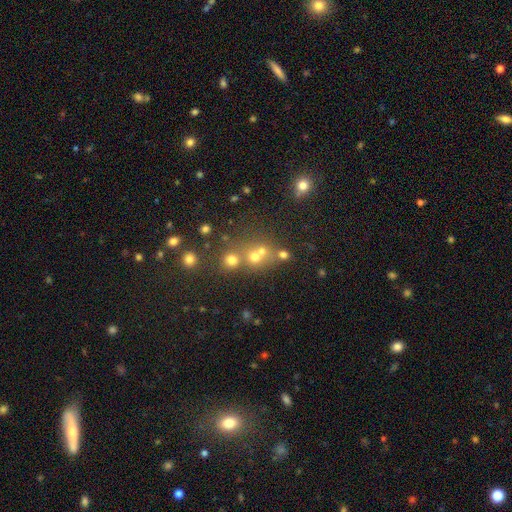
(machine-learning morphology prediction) smooth-or-featured: smooth: 47% | star or artifact: 38% | featured or disk: 16%
  merging: none: 48% | merger: 39% | minor disturbance: 8% | major disturbance: 5%